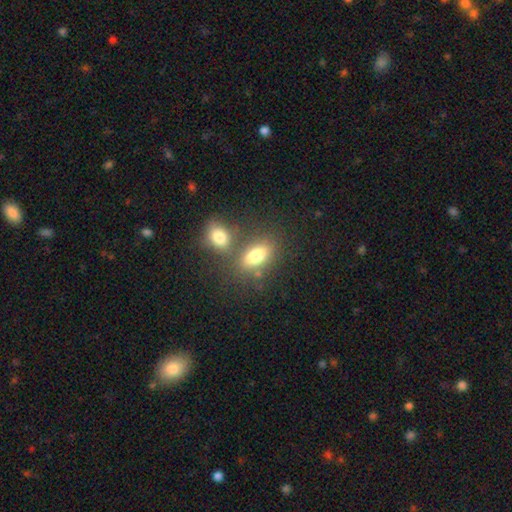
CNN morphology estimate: smooth_or_featured: smooth (p=0.78) [alt: featured or disk p=0.13]
how_rounded: in between (p=0.86) [alt: round p=0.08]
merging: none (p=0.53) [alt: merger p=0.32]